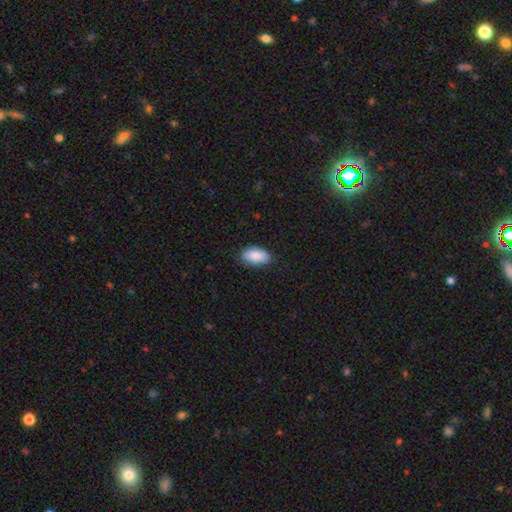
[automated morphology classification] smooth 89%, star or artifact 6%, featured or disk 5%. Down the decision tree: how rounded — in between (94%); merging — none (85%).